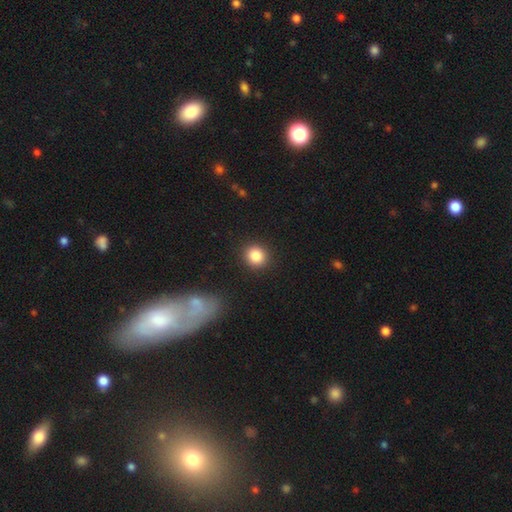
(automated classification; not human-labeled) This is clearly a smooth galaxy (86%). How rounded: clearly round (83%). Merging: clearly none (90%).